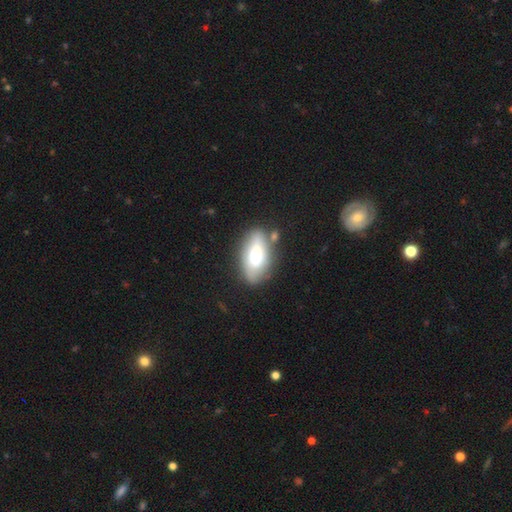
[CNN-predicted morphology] Overall: smooth (64%; featured or disk 29%). How rounded: in between (87%). Merging: none (67%).